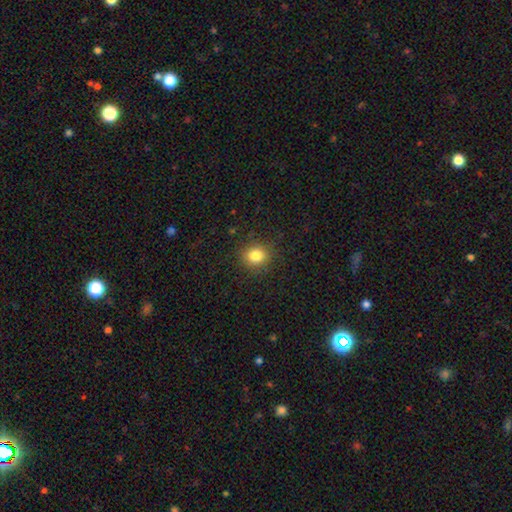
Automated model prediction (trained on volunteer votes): smooth 82%, star or artifact 12%, featured or disk 6%. Down the decision tree: how rounded — round (83%); merging — none (88%).